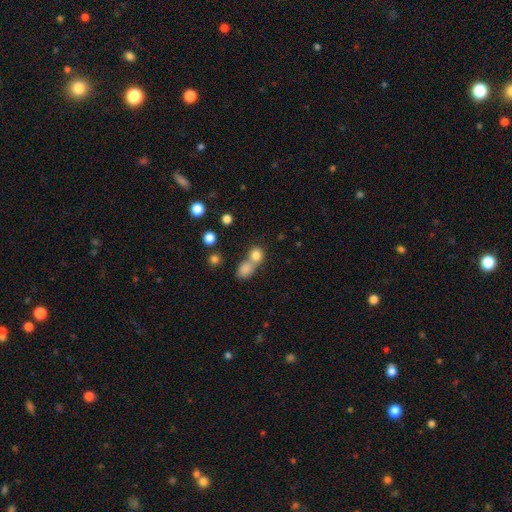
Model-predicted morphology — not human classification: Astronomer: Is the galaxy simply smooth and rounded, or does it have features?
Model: smooth — 80%.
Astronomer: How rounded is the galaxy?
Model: round — 72%.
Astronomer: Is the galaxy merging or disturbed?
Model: merger — 56% (runner-up: none, 34%).